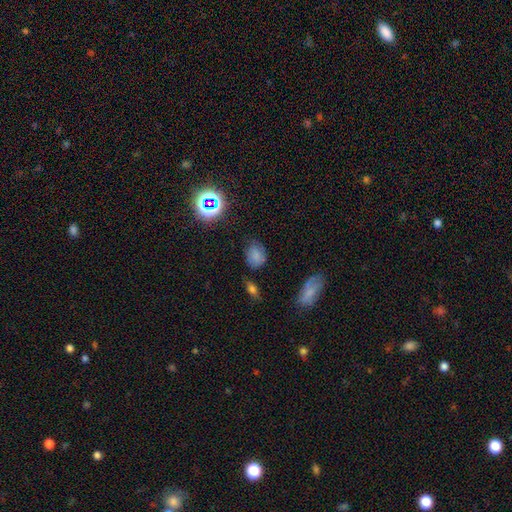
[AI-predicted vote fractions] This appears to be a smooth galaxy with no disk features (74%) that is in between round and cigar-shaped (66%). Merging: none (69%).